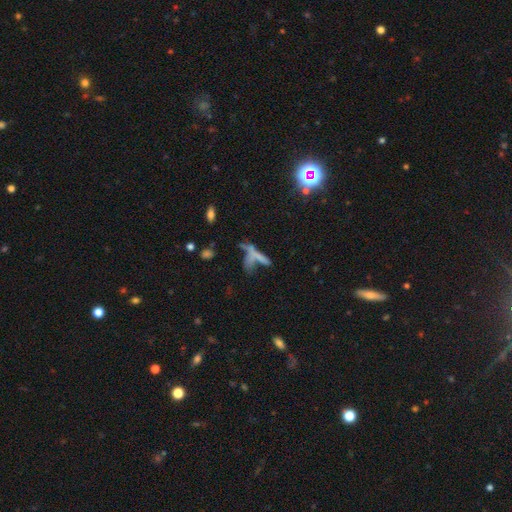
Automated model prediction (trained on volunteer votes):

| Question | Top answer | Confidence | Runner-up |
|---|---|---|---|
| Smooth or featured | smooth | 54% | featured or disk (30%) |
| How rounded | cigar-shaped | 76% | in between (19%) |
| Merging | none | 37% | merger (36%) |